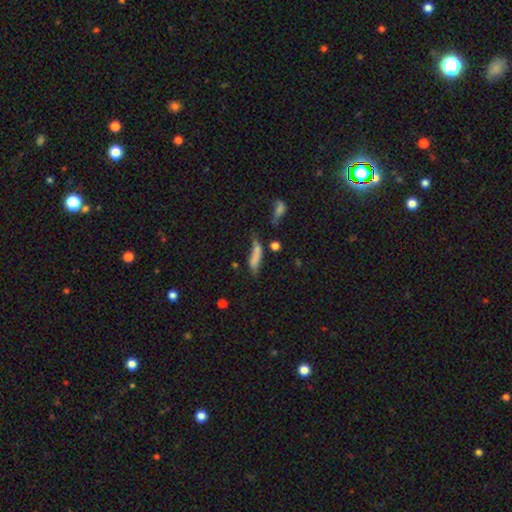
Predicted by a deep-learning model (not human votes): Smooth or featured?
  - smooth: 71% *
  - featured or disk: 18%
  - star or artifact: 11%
How rounded?
  - cigar-shaped: 62% *
  - in between: 35%
  - round: 4%
Merging?
  - none: 37% *
  - minor disturbance: 27%
  - major disturbance: 21%
  - merger: 15%